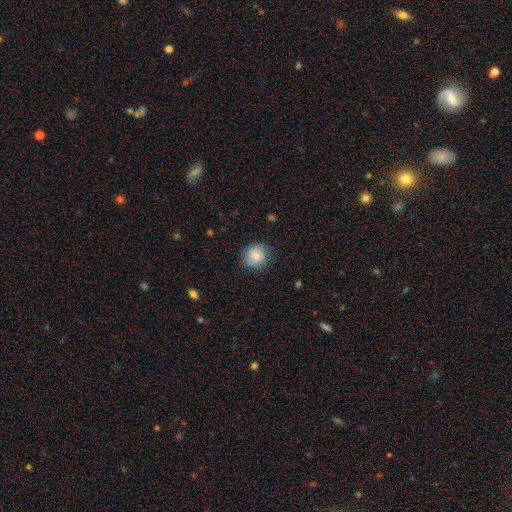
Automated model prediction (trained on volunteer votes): Smooth or featured? smooth (82%)
How rounded? round (85%)
Merging? none (80%)